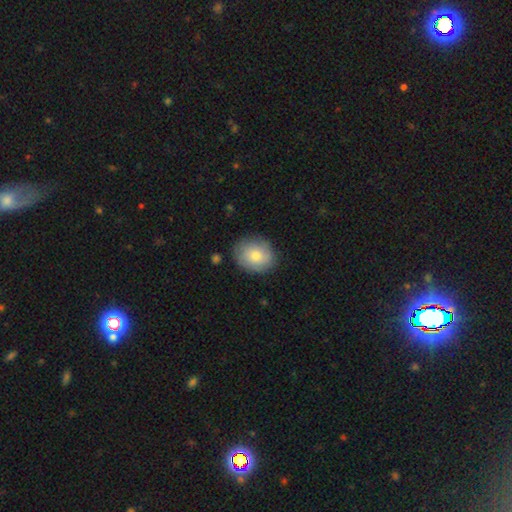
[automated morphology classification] Smooth or featured: smooth — 76% (featured or disk — 17%)
How rounded: round — 66% (in between — 33%)
Merging: none — 82% (minor disturbance — 14%)